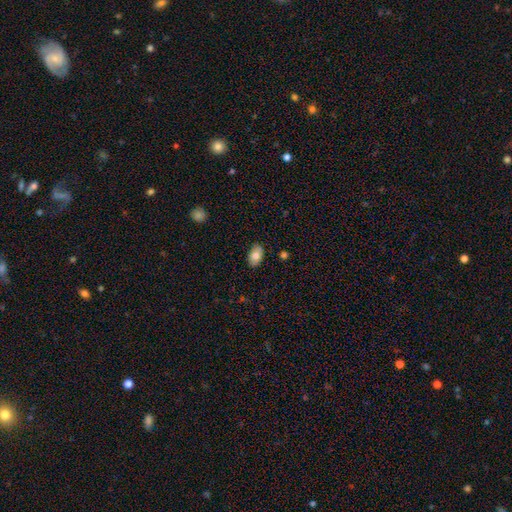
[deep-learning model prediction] smooth-or-featured: smooth: 78% | featured or disk: 14% | star or artifact: 7%
  how-rounded: in between: 91% | round: 8% | cigar-shaped: 1%
  merging: none: 86% | minor disturbance: 11% | major disturbance: 2% | merger: 1%